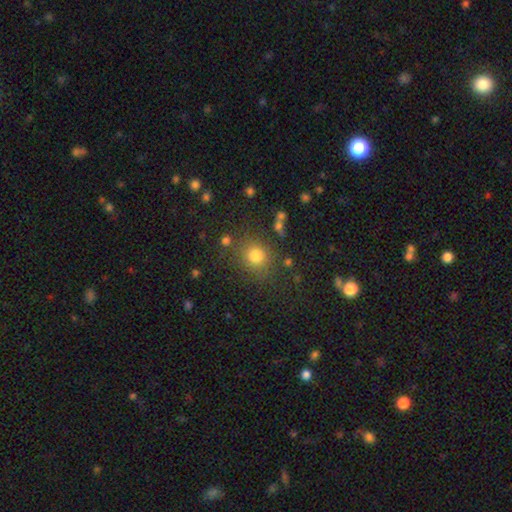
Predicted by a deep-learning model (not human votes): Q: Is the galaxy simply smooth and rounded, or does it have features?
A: smooth — 77%.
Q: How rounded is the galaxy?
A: round — 84%.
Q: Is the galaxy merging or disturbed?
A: none — 81%.